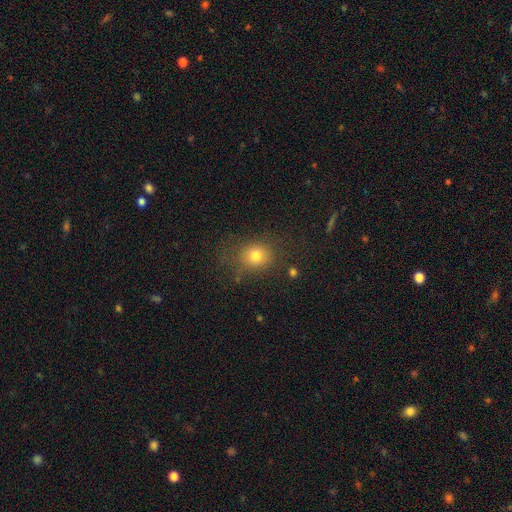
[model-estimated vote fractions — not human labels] Smooth or featured?
  - smooth: 76% *
  - star or artifact: 15%
  - featured or disk: 9%
How rounded?
  - round: 71% *
  - in between: 28%
  - cigar-shaped: 1%
Merging?
  - none: 72% *
  - minor disturbance: 16%
  - major disturbance: 8%
  - merger: 3%